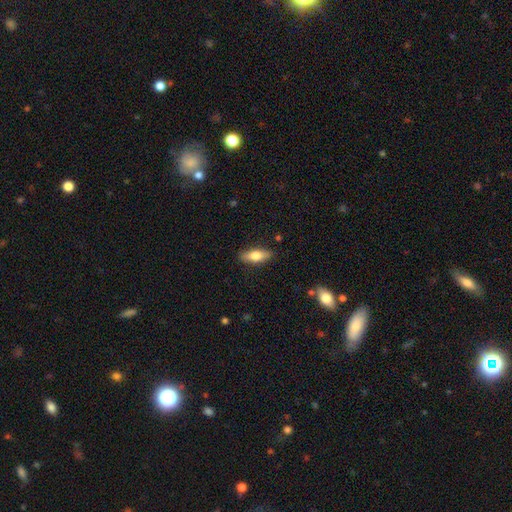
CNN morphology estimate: Smooth or featured? Predicted: smooth (p=0.66). How rounded? Predicted: in between (p=0.66). Merging? Predicted: none (p=0.86).